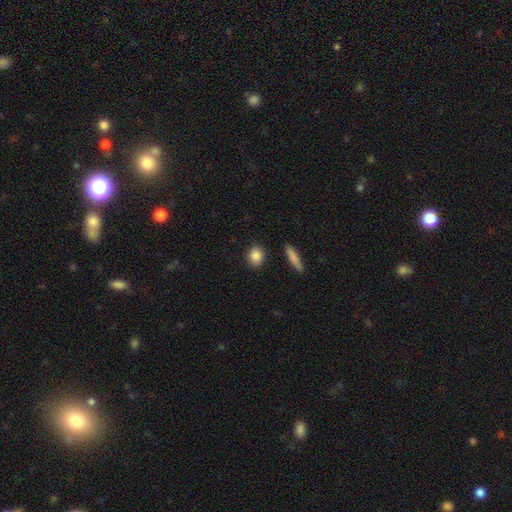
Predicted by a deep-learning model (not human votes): This is clearly a smooth galaxy (87%). How rounded: likely round (61%). Merging: clearly none (89%).